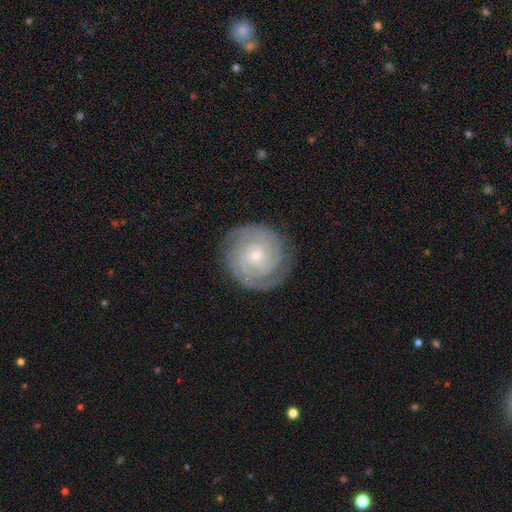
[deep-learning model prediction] smooth_or_featured: featured or disk (p=0.88) [alt: smooth p=0.07]
disk_edge_on: no (p=0.98) [alt: yes p=0.02]
bar: no (p=0.73) [alt: weak p=0.21]
has_spiral_arms: yes (p=0.98) [alt: no p=0.02]
spiral_winding: tight (p=0.85) [alt: medium p=0.13]
spiral_arm_count: 2 (p=0.41) [alt: 3 p=0.21]
bulge_size: small (p=0.79) [alt: moderate p=0.18]
merging: none (p=0.85) [alt: minor disturbance p=0.11]